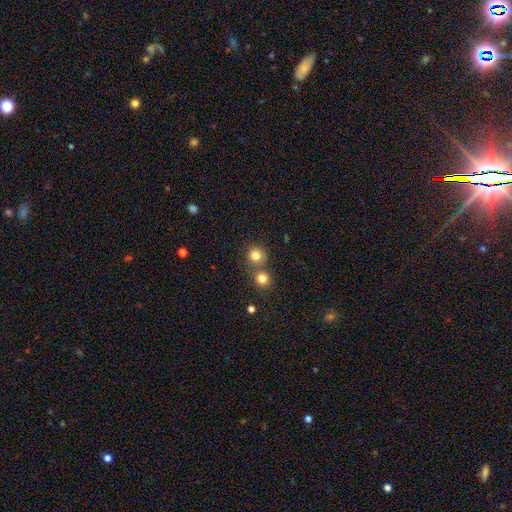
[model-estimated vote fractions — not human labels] smooth_or_featured: smooth (p=0.81) [alt: star or artifact p=0.12]
how_rounded: round (p=0.89) [alt: in between p=0.10]
merging: none (p=0.61) [alt: merger p=0.29]